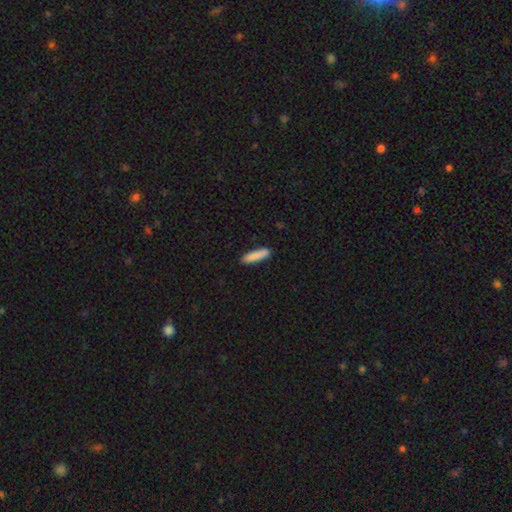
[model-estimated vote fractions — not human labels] Q: Smooth or featured?
A: smooth (86%); runner-up: featured or disk (8%)
Q: How rounded?
A: cigar-shaped (78%); runner-up: in between (21%)
Q: Merging?
A: none (86%); runner-up: minor disturbance (11%)